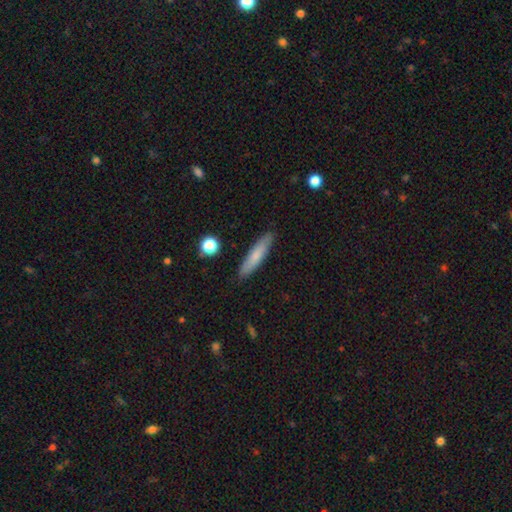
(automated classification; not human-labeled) The model was most divided on "smooth or featured": smooth: 74%, featured or disk: 20%, star or artifact: 6%. More confident: merging — none (88%); how rounded — cigar-shaped (84%).